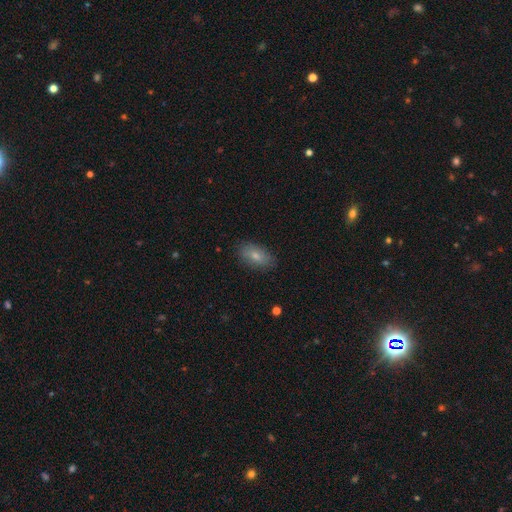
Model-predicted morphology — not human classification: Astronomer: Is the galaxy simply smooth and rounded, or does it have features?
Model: smooth — 77%.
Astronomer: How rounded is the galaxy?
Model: in between — 89%.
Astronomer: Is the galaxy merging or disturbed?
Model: none — 84%.